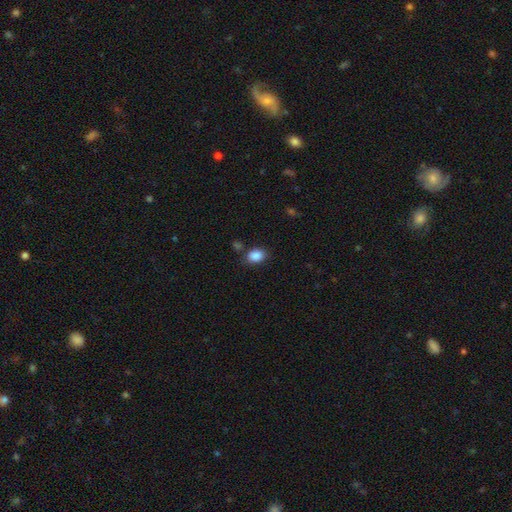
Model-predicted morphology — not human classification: smooth_or_featured: smooth (p=0.88) [alt: star or artifact p=0.09]
how_rounded: in between (p=0.71) [alt: round p=0.28]
merging: none (p=0.74) [alt: minor disturbance p=0.15]